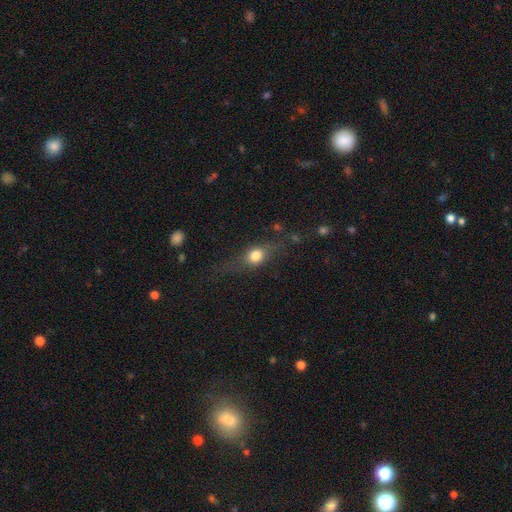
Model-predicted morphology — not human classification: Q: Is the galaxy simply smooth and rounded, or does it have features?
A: smooth — 58%.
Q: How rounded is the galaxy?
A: round — 45%.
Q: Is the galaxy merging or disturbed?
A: none — 63%.